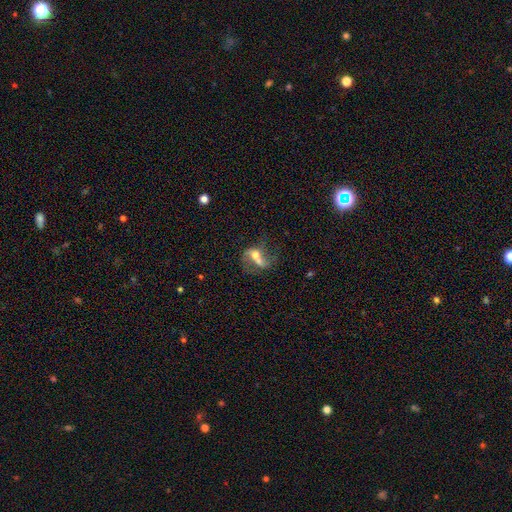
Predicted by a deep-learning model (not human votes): Morphology: type=featured or disk (59%); edge-on=no (95%); bar=no (49%); spiral arms=yes (65%); bulge=moderate (54%); merging=merger (30%, tied with none).